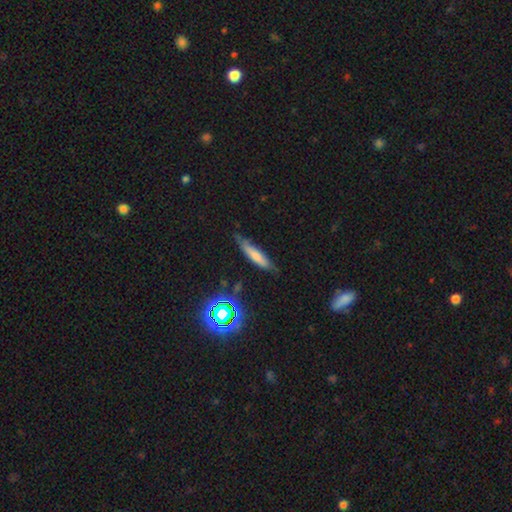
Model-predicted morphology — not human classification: Smooth or featured?
  - smooth: 65% *
  - featured or disk: 24%
  - star or artifact: 11%
How rounded?
  - cigar-shaped: 81% *
  - in between: 17%
  - round: 2%
Merging?
  - none: 67% *
  - minor disturbance: 25%
  - major disturbance: 5%
  - merger: 2%